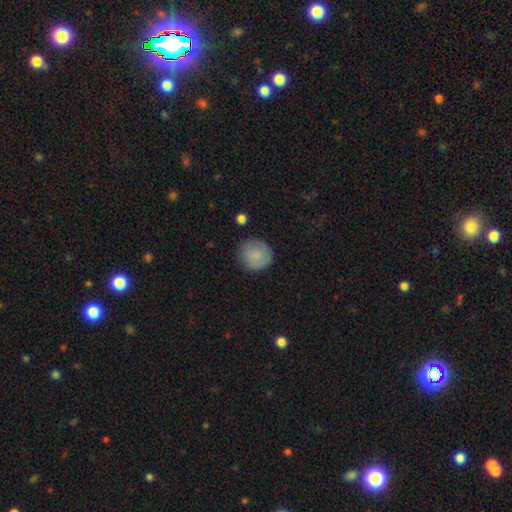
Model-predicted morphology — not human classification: Smooth or featured? smooth (82%)
How rounded? round (86%)
Merging? none (81%)